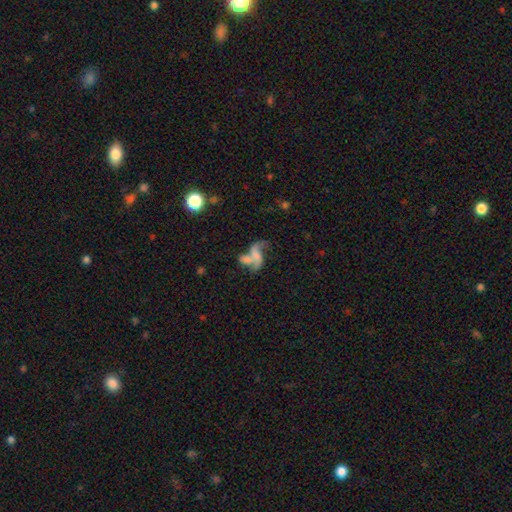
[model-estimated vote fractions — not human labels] smooth-or-featured: featured or disk: 66% | smooth: 23% | star or artifact: 11%
  disk-edge-on: no: 96% | yes: 4%
    bar: no: 61% | weak: 30% | strong: 9%
    has-spiral-arms: yes: 80% | no: 20%
      spiral-winding: loose: 82% | medium: 15% | tight: 3%
      spiral-arm-count: 2: 76% | 1: 11% | can't tell: 6% | 3: 4% | 4: 2% | more than 4: 2%
    bulge-size: none: 49% | small: 27% | moderate: 17% | large: 5% | dominant: 2%
  merging: merger: 44% | none: 25% | major disturbance: 20% | minor disturbance: 12%